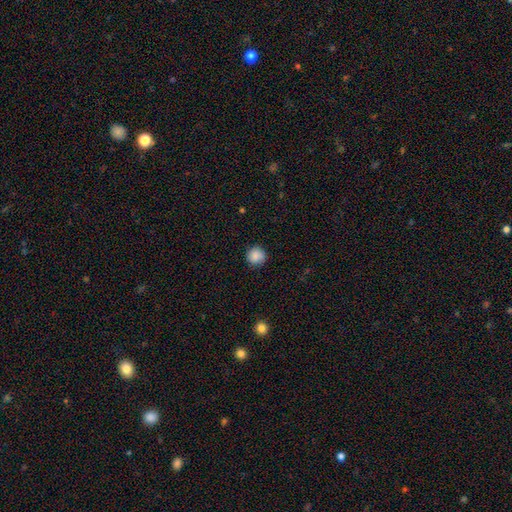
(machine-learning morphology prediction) smooth_or_featured: smooth (p=0.87) [alt: star or artifact p=0.09]
how_rounded: round (p=0.93) [alt: in between p=0.06]
merging: none (p=0.87) [alt: minor disturbance p=0.10]